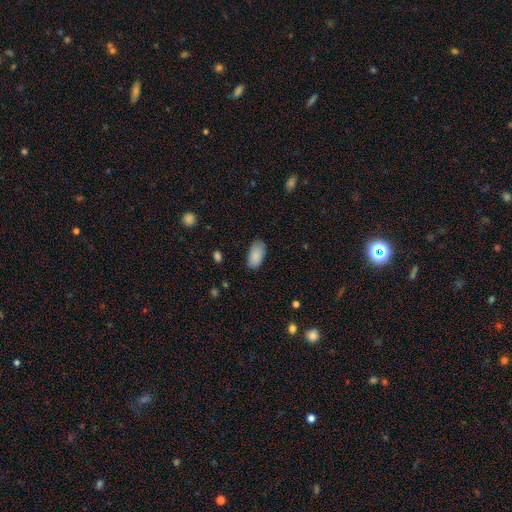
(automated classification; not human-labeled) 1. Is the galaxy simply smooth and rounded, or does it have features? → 88% smooth, 7% star or artifact, 5% featured or disk.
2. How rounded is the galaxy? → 94% in between, 3% cigar-shaped, 3% round.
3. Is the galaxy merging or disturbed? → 81% none, 15% minor disturbance, 3% major disturbance, 1% merger.